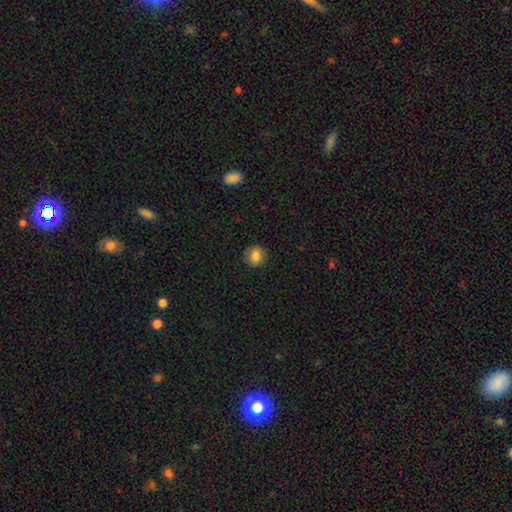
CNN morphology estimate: This appears to be a smooth galaxy with no disk features (83%) that is round (77%). Merging: none (87%).